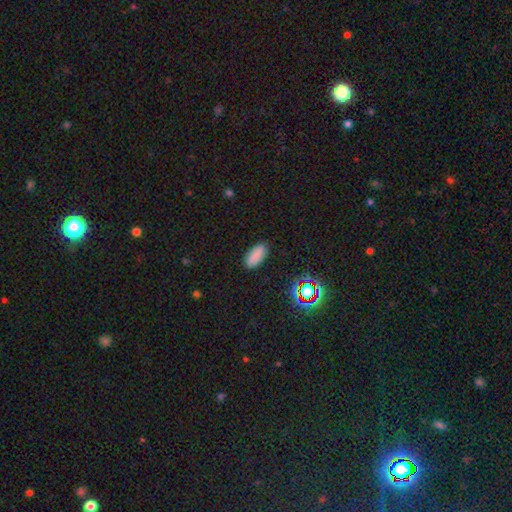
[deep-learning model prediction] This is clearly a smooth galaxy (84%). How rounded: clearly in between (88%). Merging: clearly none (88%).